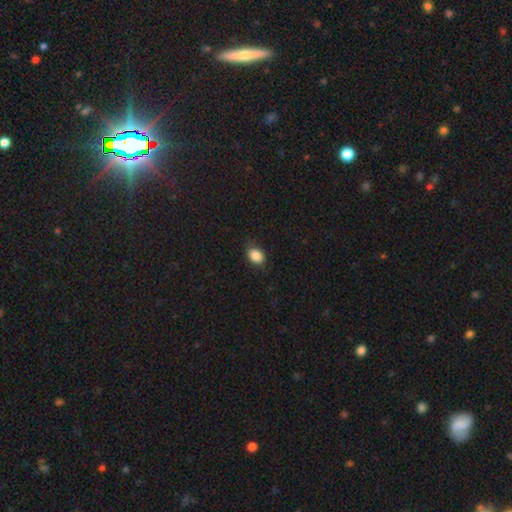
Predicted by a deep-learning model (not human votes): Overall: smooth (87%). How rounded: in between (70%). Merging: none (80%).